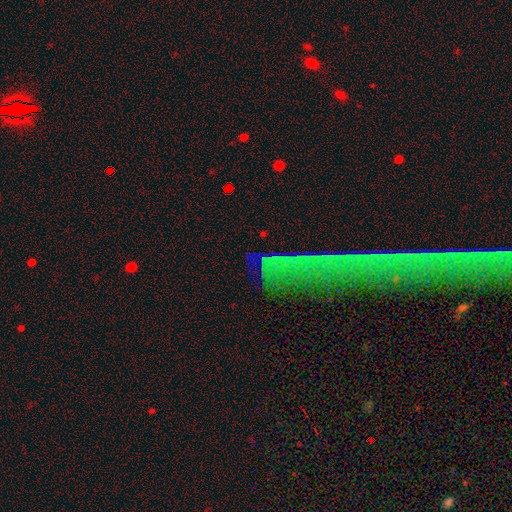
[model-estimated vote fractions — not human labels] Overall: star or artifact (59%; featured or disk 21%).